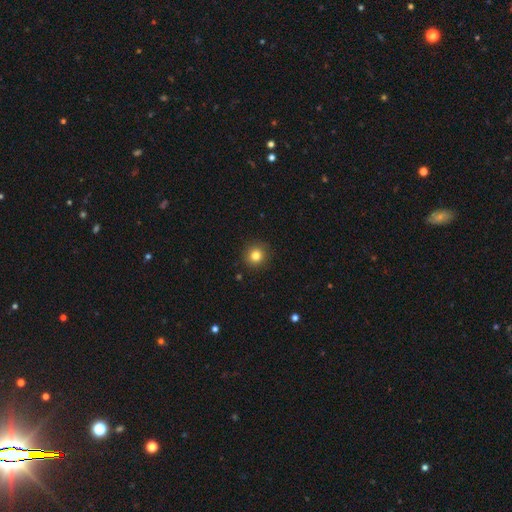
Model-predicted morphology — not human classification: Smooth or featured? smooth (82%)
How rounded? round (93%)
Merging? none (90%)